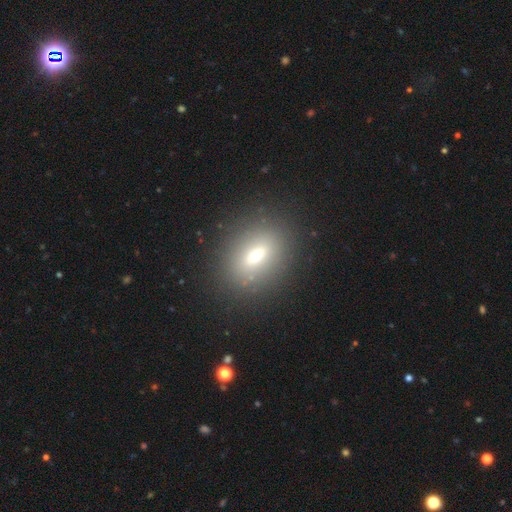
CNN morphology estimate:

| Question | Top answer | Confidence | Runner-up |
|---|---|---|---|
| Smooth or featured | smooth | 60% | featured or disk (24%) |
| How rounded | in between | 70% | round (24%) |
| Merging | none | 87% | minor disturbance (8%) |